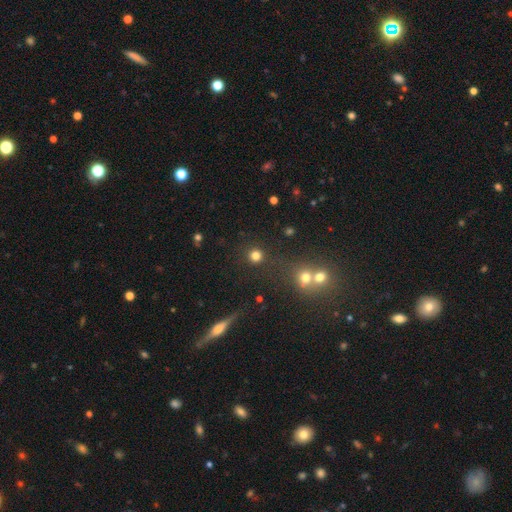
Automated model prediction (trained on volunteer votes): Smooth or featured? Predicted: smooth (p=0.78). How rounded? Predicted: round (p=0.94). Merging? Predicted: none (p=0.85).